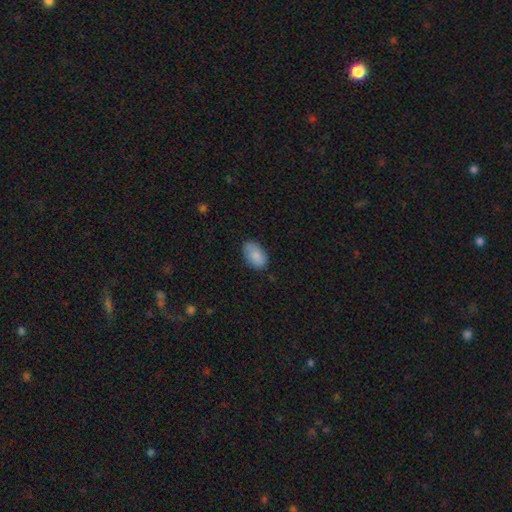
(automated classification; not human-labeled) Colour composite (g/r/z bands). It shows a smooth galaxy with no disk features (87%) that is in between round and cigar-shaped (92%). Merging: none (79%).